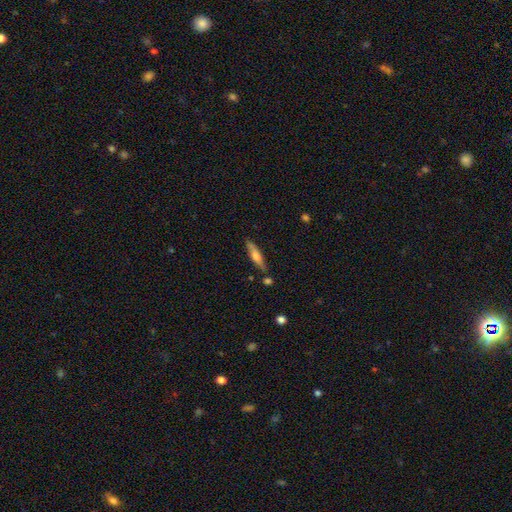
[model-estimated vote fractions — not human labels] Smooth or featured? featured or disk (48%)
Merging? none (80%)